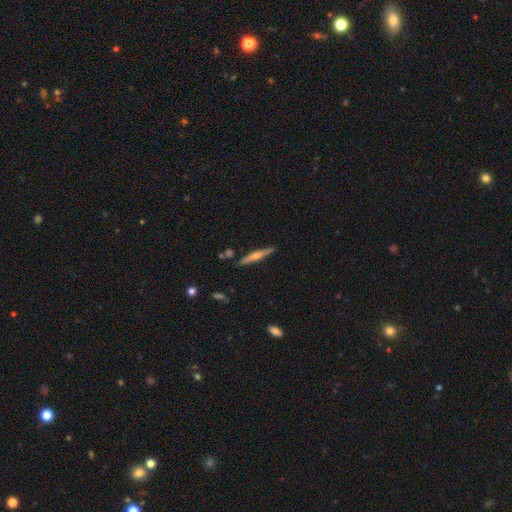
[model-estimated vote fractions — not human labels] Smooth or featured? Predicted: featured or disk (p=0.68). Edge-on disk? Predicted: yes (p=0.97). Edge-on bulge? Predicted: rounded (p=0.85). Merging? Predicted: none (p=0.87).